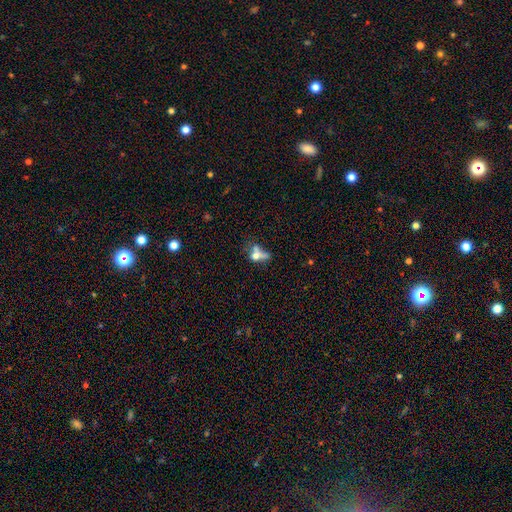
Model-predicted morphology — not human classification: A smooth galaxy with no disk features (56%) that is in between round and cigar-shaped (53%).

Vote fractions:
- Smooth or featured? smooth: 56% / featured or disk: 29% / star or artifact: 15%
- How rounded? in between: 53% / round: 38% / cigar-shaped: 9%
- Merging? merger: 43% / none: 23% / major disturbance: 21% / minor disturbance: 13%